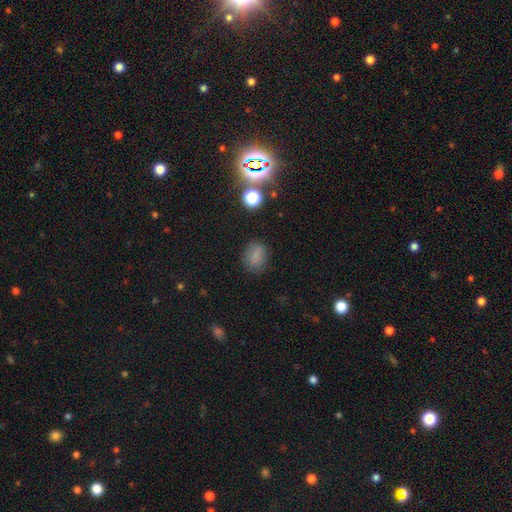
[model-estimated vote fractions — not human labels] A smooth galaxy with no disk features (75%) that is in between round and cigar-shaped (53%). Merging: none (77%).